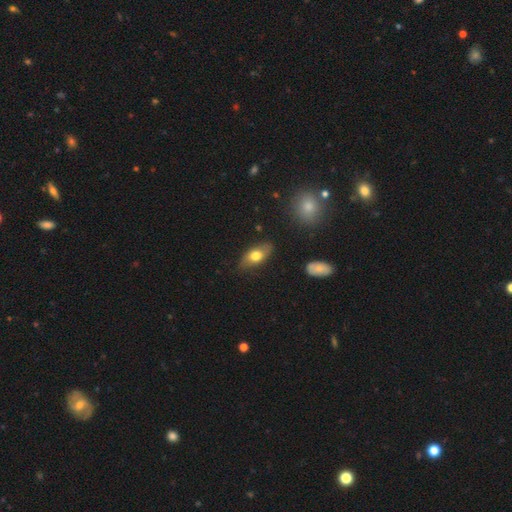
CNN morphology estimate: Smooth or featured? smooth (67%)
How rounded? in between (86%)
Merging? none (79%)